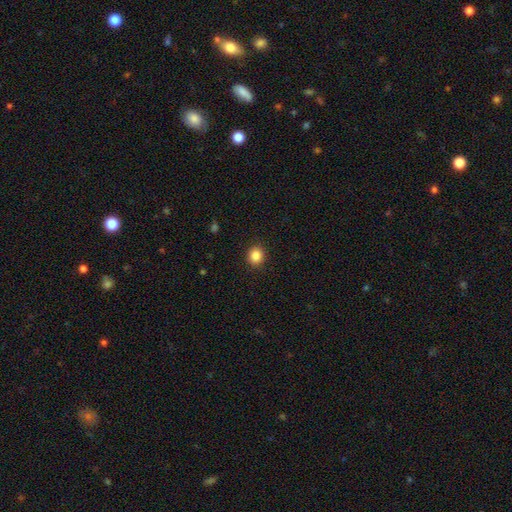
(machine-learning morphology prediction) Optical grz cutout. It shows a smooth galaxy with no disk features (86%) that is round (82%). Merging: none (91%).